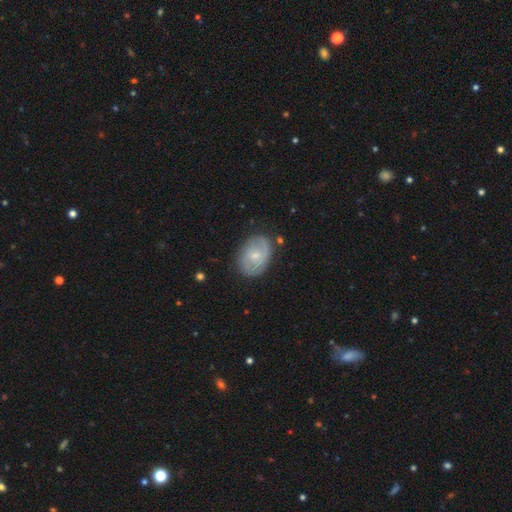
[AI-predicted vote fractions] smooth-or-featured: featured or disk: 60% | smooth: 34% | star or artifact: 6%
  disk-edge-on: no: 97% | yes: 3%
    bar: no: 57% | weak: 38% | strong: 5%
    has-spiral-arms: yes: 79% | no: 21%
    bulge-size: small: 65% | moderate: 30% | none: 3% | large: 1% | dominant: 1%
  merging: none: 74% | minor disturbance: 19% | major disturbance: 5% | merger: 2%